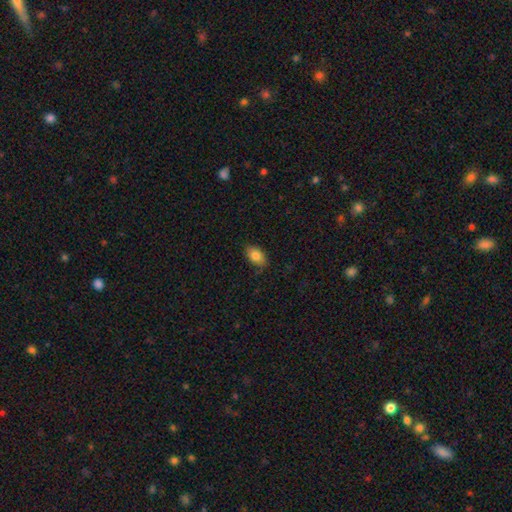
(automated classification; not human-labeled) smooth_or_featured: smooth (p=0.83) [alt: featured or disk p=0.09]
how_rounded: in between (p=0.90) [alt: round p=0.08]
merging: none (p=0.80) [alt: minor disturbance p=0.16]